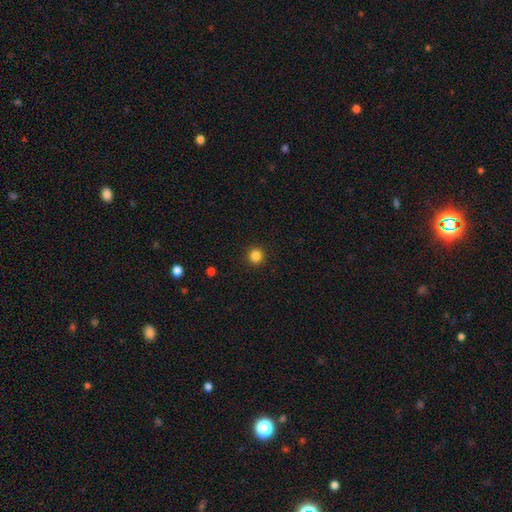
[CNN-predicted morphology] Q: Smooth or featured?
A: smooth (84%); runner-up: star or artifact (12%)
Q: How rounded?
A: round (95%); runner-up: in between (4%)
Q: Merging?
A: none (93%); runner-up: minor disturbance (4%)